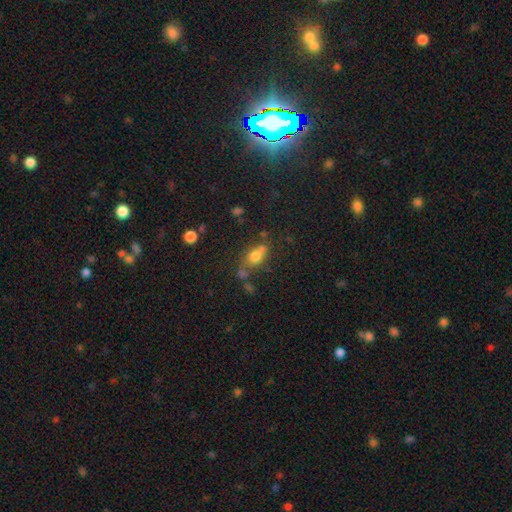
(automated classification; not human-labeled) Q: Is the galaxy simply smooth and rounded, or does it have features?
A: smooth — 70%.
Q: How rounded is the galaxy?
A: in between — 60%.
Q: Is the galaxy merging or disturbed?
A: none — 46%.